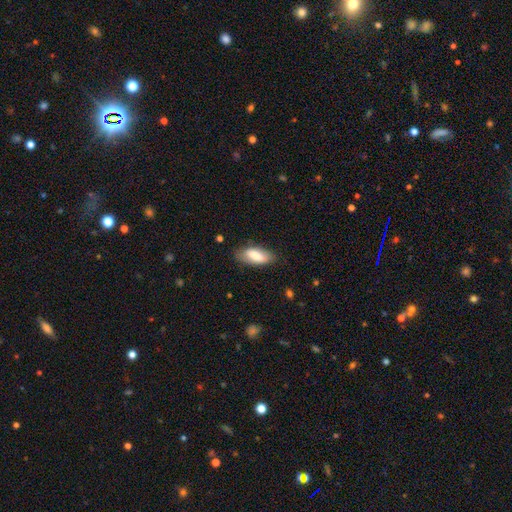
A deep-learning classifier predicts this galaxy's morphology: The model was most divided on "merging": none: 77%, minor disturbance: 18%, major disturbance: 4%, merger: 1%. More confident: how rounded — in between (84%); smooth or featured — smooth (77%).